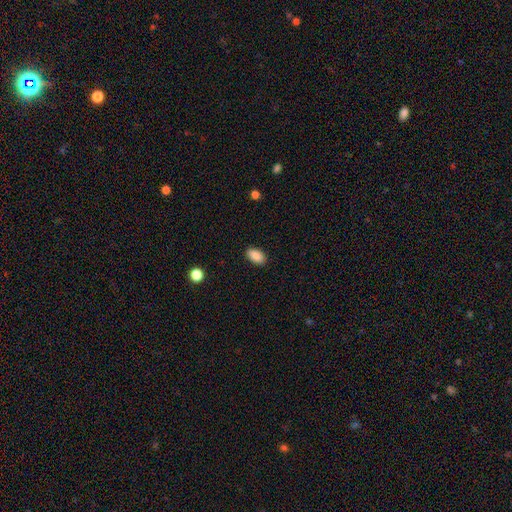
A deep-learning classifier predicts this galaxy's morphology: This appears to be a smooth galaxy with no disk features (88%) that is in between round and cigar-shaped (93%). Merging: none (89%).